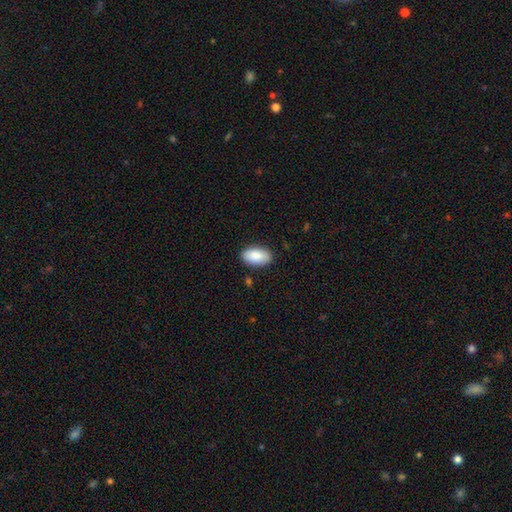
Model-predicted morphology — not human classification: Smooth or featured? Predicted: smooth (p=0.89). How rounded? Predicted: in between (p=0.95). Merging? Predicted: none (p=0.87).